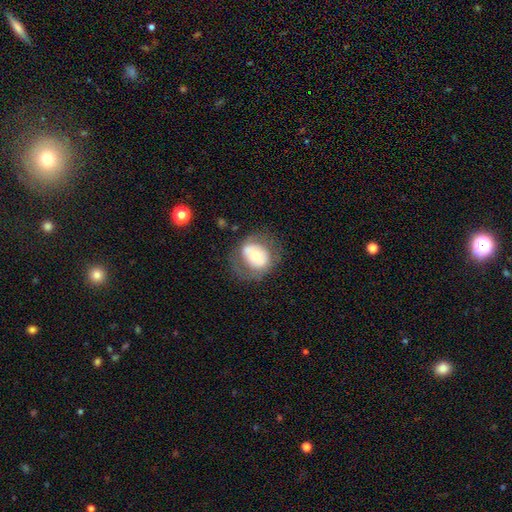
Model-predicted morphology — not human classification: Smooth or featured: smooth — 46% (tied with featured or disk — 46%)
Merging: none — 62% (minor disturbance — 20%)